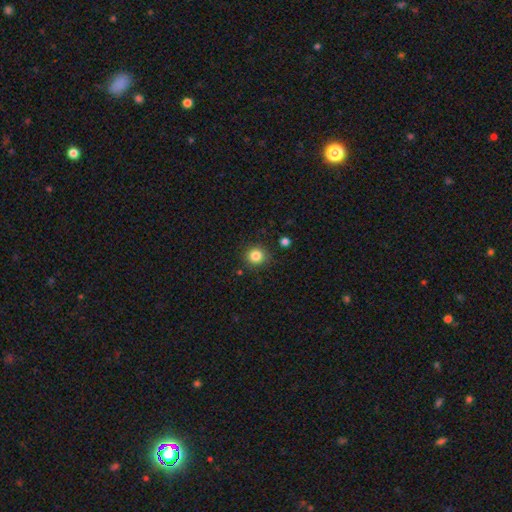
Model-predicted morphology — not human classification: smooth 84%, star or artifact 11%, featured or disk 5%. Down the decision tree: how rounded — round (90%); merging — none (88%).